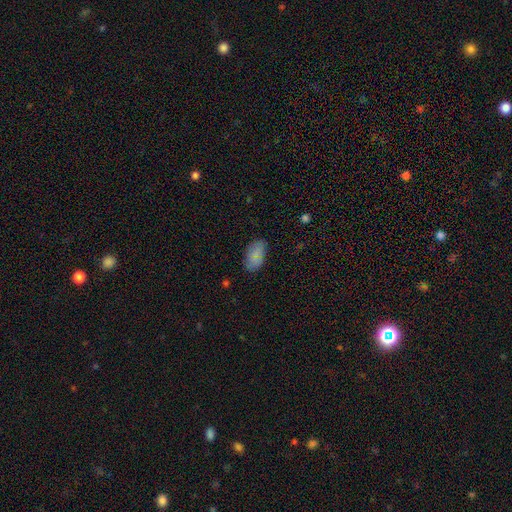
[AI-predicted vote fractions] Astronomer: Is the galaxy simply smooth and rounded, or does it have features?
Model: smooth — 83%.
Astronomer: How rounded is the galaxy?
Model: in between — 94%.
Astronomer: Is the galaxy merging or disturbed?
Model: none — 82%.